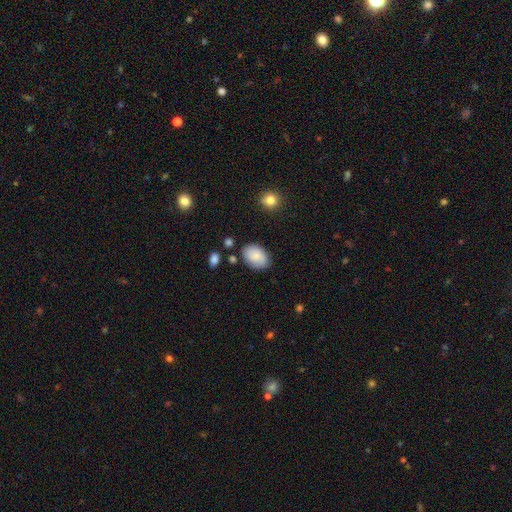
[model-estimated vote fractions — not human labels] This is clearly a smooth galaxy (80%). How rounded: clearly in between (85%). Merging: likely none (79%).